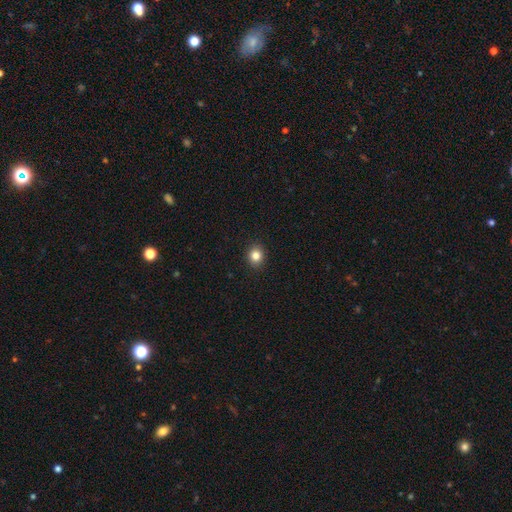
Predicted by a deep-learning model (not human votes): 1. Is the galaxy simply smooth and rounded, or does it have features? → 83% smooth, 11% star or artifact, 6% featured or disk.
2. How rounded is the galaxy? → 72% round, 27% in between, 1% cigar-shaped.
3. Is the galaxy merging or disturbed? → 92% none, 6% minor disturbance, 2% major disturbance, 1% merger.